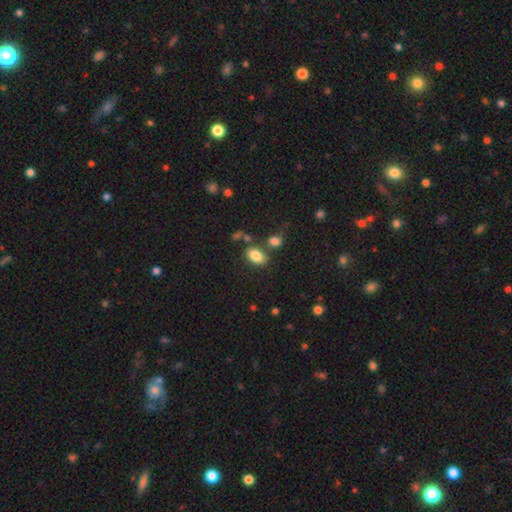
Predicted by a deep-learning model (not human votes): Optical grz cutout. It shows a smooth galaxy with no disk features (83%) that is in between round and cigar-shaped (86%). Merging: none (66%).